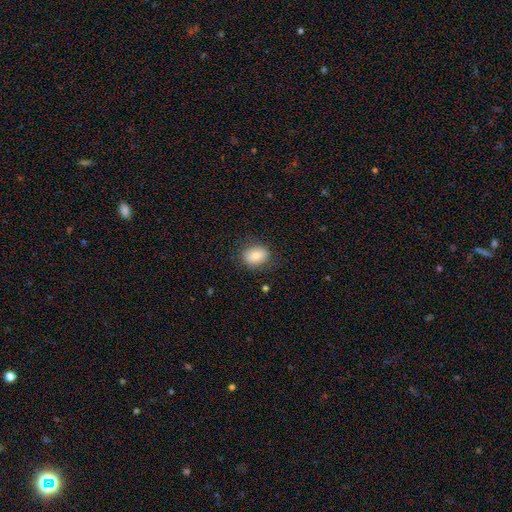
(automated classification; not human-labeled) Q: Smooth or featured?
A: smooth (82%); runner-up: featured or disk (9%)
Q: How rounded?
A: in between (60%); runner-up: round (39%)
Q: Merging?
A: none (81%); runner-up: minor disturbance (13%)